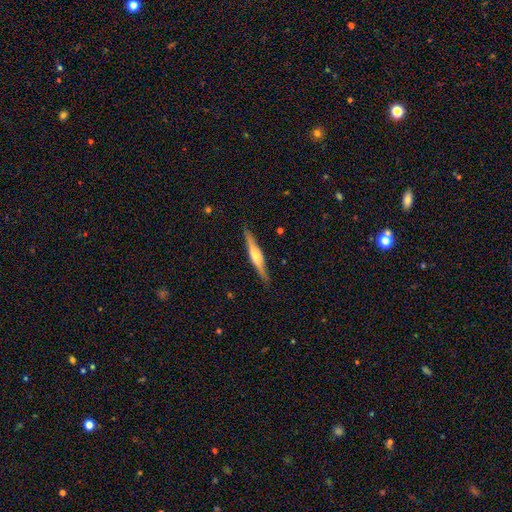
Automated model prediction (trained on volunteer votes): Smooth or featured: featured or disk — 69% (smooth — 25%)
Edge-on disk: yes — 96% (no — 4%)
Edge-on bulge: rounded — 78% (boxy — 15%)
Merging: none — 88% (minor disturbance — 9%)